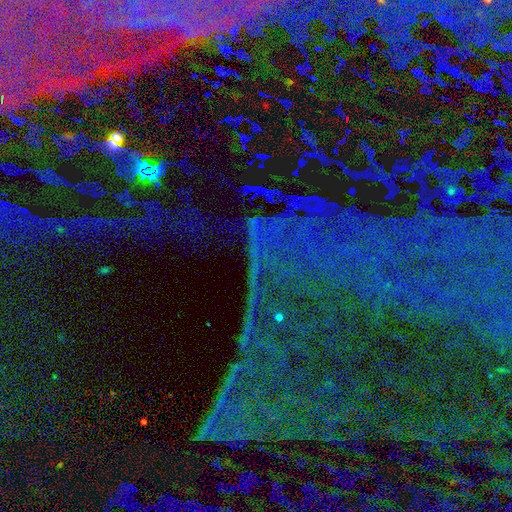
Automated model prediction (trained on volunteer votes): Smooth or featured? Predicted: star or artifact (p=0.83).